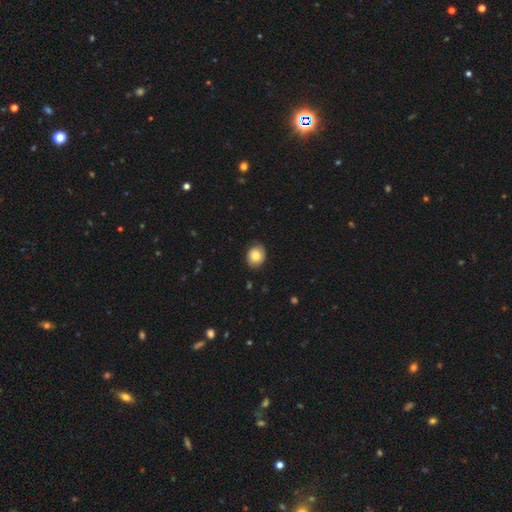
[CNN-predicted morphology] smooth-or-featured: smooth: 80% | featured or disk: 13% | star or artifact: 8%
  how-rounded: round: 57% | in between: 42% | cigar-shaped: 1%
  merging: none: 81% | minor disturbance: 15% | major disturbance: 3% | merger: 1%